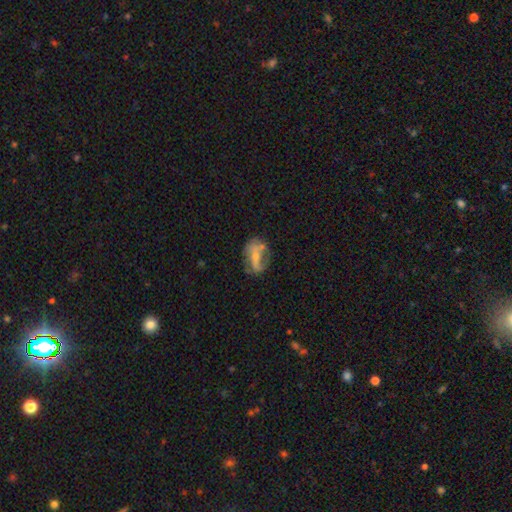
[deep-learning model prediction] Morphology: type=featured or disk (56%); edge-on=no (95%); bar=no (48%); spiral arms=no (50%, tied with yes); bulge=small (48%); merging=none (45%).